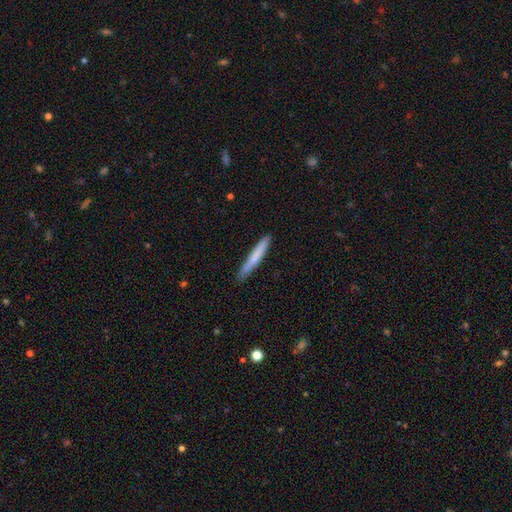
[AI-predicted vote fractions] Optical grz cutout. It shows a smooth galaxy with no disk features (72%) that is cigar-shaped (96%). Merging: none (85%).